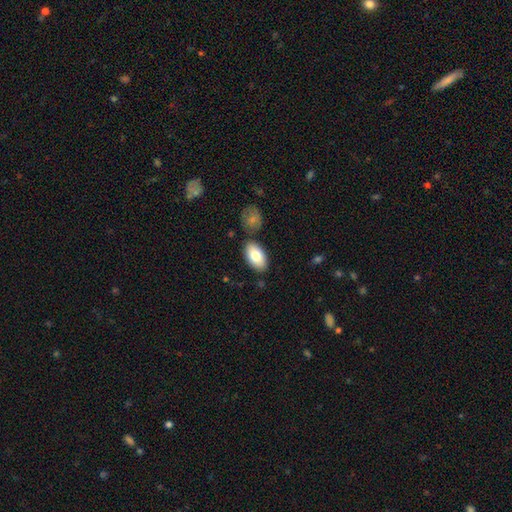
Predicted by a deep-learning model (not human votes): smooth-or-featured: smooth: 80% | featured or disk: 14% | star or artifact: 6%
  how-rounded: in between: 95% | round: 4% | cigar-shaped: 2%
  merging: none: 81% | minor disturbance: 10% | merger: 6% | major disturbance: 2%